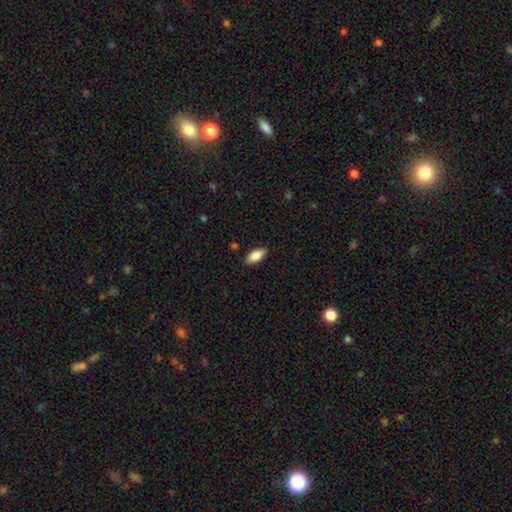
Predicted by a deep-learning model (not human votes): smooth 88%, star or artifact 7%, featured or disk 6%. Down the decision tree: how rounded — in between (91%); merging — none (87%).